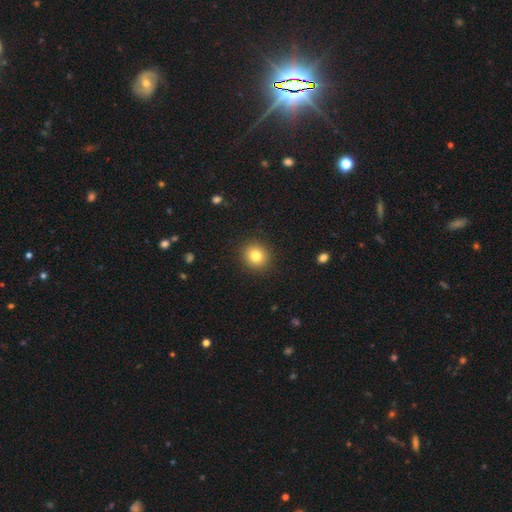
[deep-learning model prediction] This appears to be a smooth galaxy with no disk features (81%) that is round (86%). Merging: none (91%).